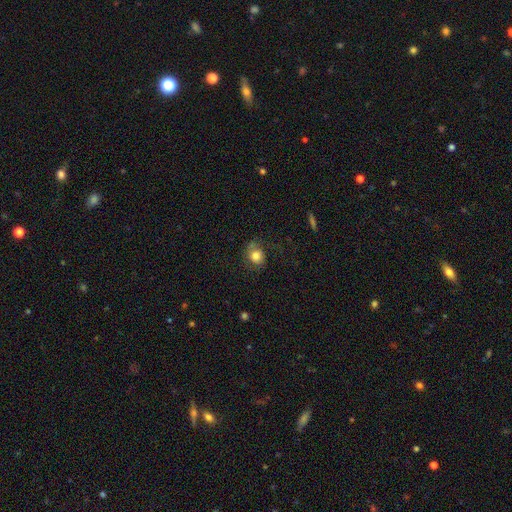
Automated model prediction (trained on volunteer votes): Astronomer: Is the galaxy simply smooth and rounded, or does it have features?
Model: smooth — 75%.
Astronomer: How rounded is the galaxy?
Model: round — 75%.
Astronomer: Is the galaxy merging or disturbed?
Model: none — 59%.